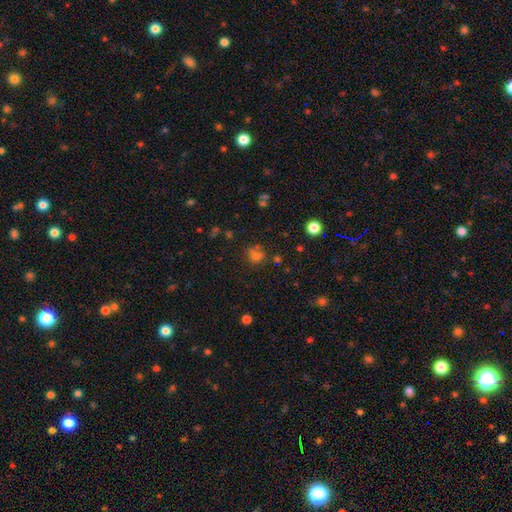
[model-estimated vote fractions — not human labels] Smooth or featured? Predicted: smooth (p=0.63). How rounded? Predicted: round (p=0.78). Merging? Predicted: none (p=0.61).